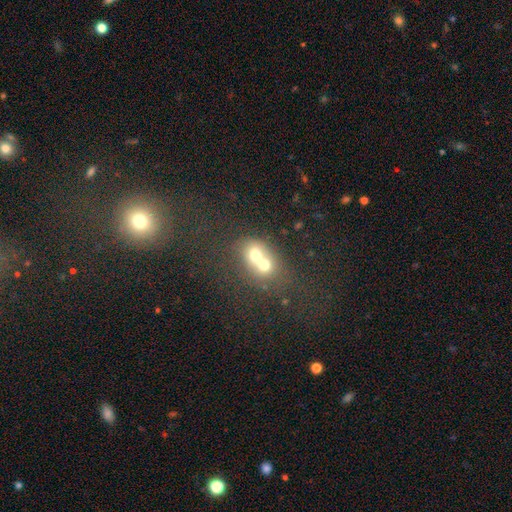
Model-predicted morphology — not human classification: type=smooth (63%); roundness=round (62%); merging=merger (74%).